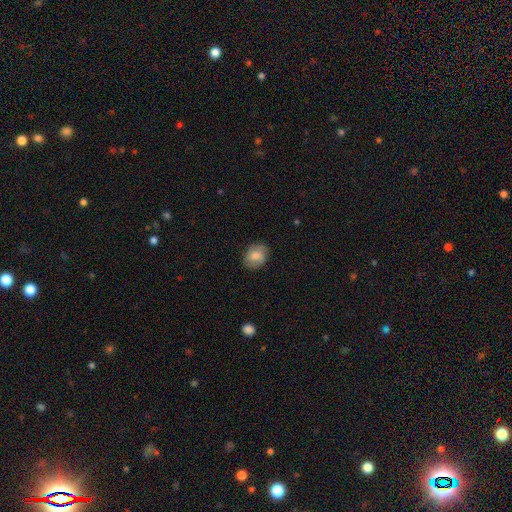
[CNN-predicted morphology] Smooth or featured? smooth (70%)
How rounded? in between (53%)
Merging? none (79%)